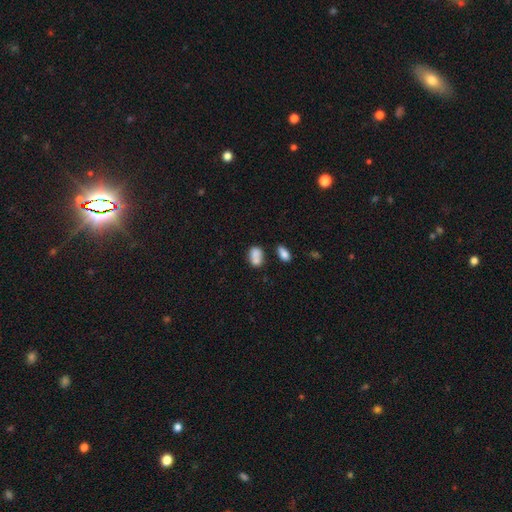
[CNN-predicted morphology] Smooth or featured?
  - smooth: 77% *
  - featured or disk: 14%
  - star or artifact: 9%
How rounded?
  - in between: 71% *
  - round: 27%
  - cigar-shaped: 2%
Merging?
  - merger: 52% *
  - none: 30%
  - minor disturbance: 13%
  - major disturbance: 6%